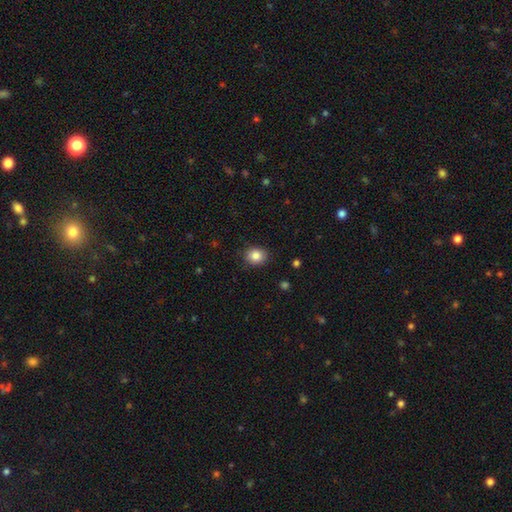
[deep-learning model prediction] Smooth or featured: smooth — 85% (star or artifact — 9%)
How rounded: round — 64% (in between — 35%)
Merging: none — 87% (minor disturbance — 10%)